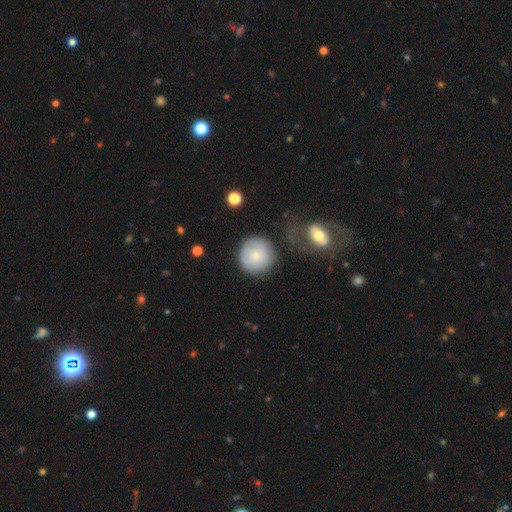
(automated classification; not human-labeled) A smooth galaxy with no disk features (77%) that is round (94%).

Vote fractions:
- Smooth or featured? smooth: 77% / featured or disk: 17% / star or artifact: 7%
- How rounded? round: 94% / in between: 5% / cigar-shaped: 1%
- Merging? none: 70% / minor disturbance: 16% / major disturbance: 8% / merger: 6%